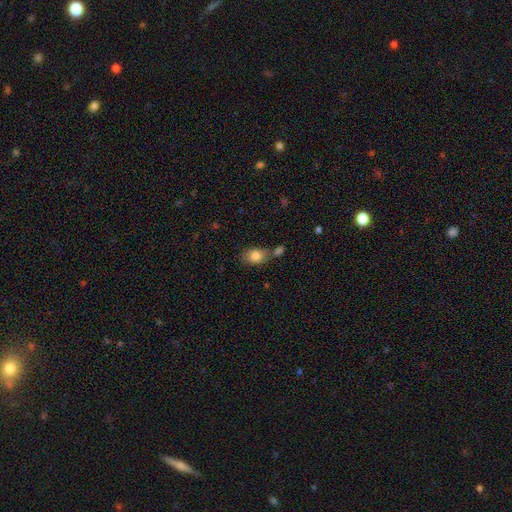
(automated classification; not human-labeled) smooth-or-featured: smooth: 83% | featured or disk: 9% | star or artifact: 8%
  how-rounded: in between: 78% | round: 21% | cigar-shaped: 2%
  merging: none: 58% | merger: 19% | minor disturbance: 17% | major disturbance: 5%